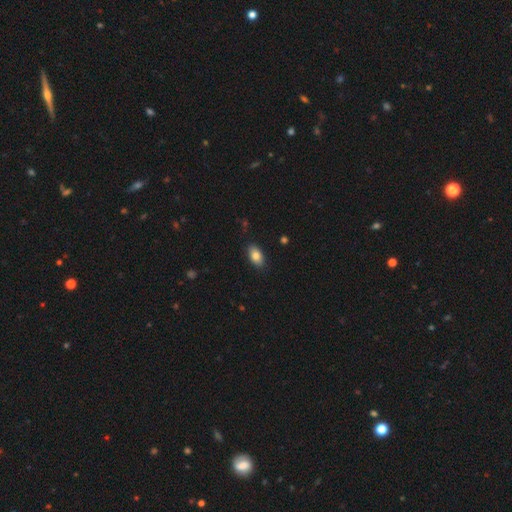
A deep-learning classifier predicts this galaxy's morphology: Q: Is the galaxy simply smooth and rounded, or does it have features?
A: smooth — 82%.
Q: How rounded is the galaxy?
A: in between — 91%.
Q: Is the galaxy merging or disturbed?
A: none — 87%.